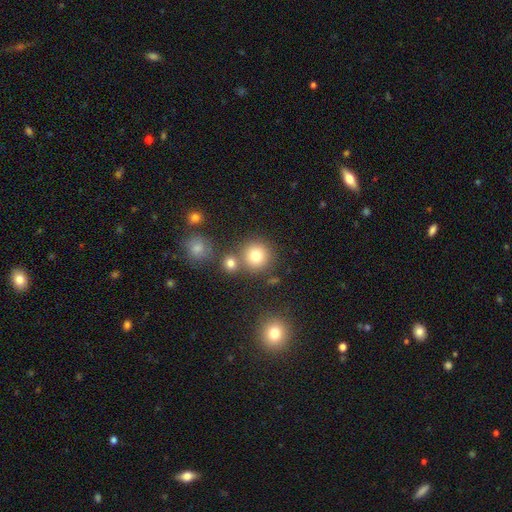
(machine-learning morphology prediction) Q: Smooth or featured?
A: smooth (79%); runner-up: star or artifact (13%)
Q: How rounded?
A: round (92%); runner-up: in between (7%)
Q: Merging?
A: none (73%); runner-up: merger (15%)